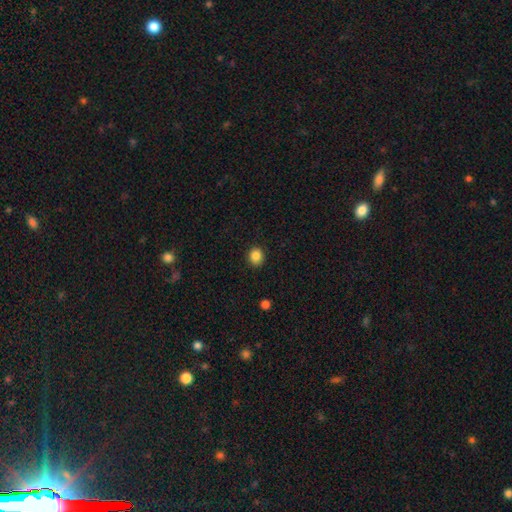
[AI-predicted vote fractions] Smooth or featured: smooth — 86% (star or artifact — 11%)
How rounded: round — 84% (in between — 15%)
Merging: none — 90% (minor disturbance — 7%)